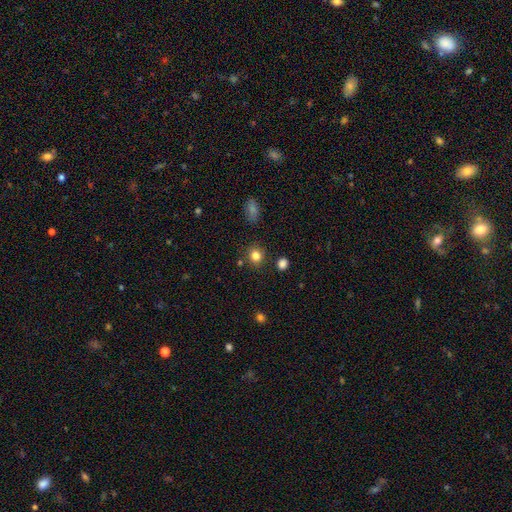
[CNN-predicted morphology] smooth_or_featured: smooth (p=0.82) [alt: star or artifact p=0.12]
how_rounded: round (p=0.85) [alt: in between p=0.14]
merging: none (p=0.86) [alt: minor disturbance p=0.08]